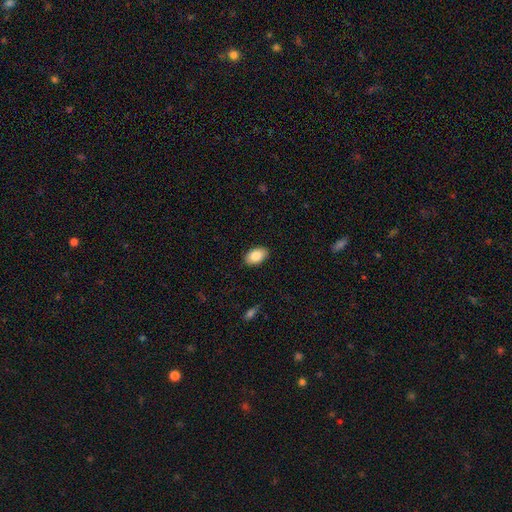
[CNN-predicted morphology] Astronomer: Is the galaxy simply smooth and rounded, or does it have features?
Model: smooth — 84%.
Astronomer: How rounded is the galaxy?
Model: in between — 92%.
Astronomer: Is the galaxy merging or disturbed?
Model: none — 89%.